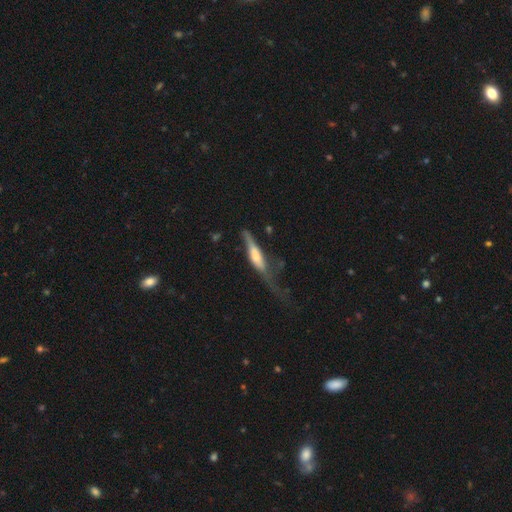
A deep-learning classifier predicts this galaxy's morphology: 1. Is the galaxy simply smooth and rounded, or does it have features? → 50% smooth, 44% featured or disk, 6% star or artifact.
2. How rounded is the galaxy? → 72% cigar-shaped, 25% in between, 2% round.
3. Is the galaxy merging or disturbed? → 48% major disturbance, 23% minor disturbance, 23% none, 5% merger.